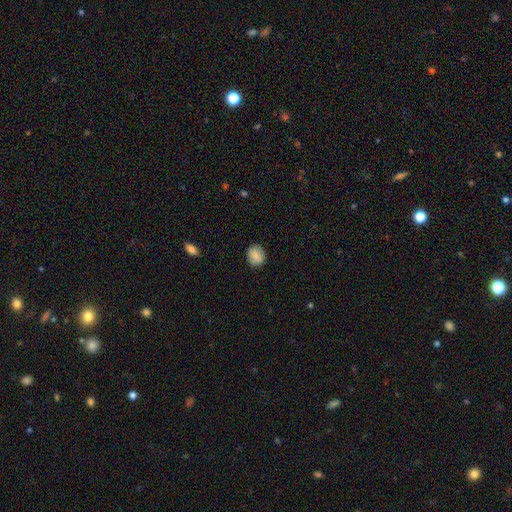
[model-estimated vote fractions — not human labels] smooth-or-featured: smooth: 85% | star or artifact: 8% | featured or disk: 7%
  how-rounded: round: 71% | in between: 28% | cigar-shaped: 1%
  merging: none: 87% | minor disturbance: 10% | major disturbance: 2% | merger: 1%